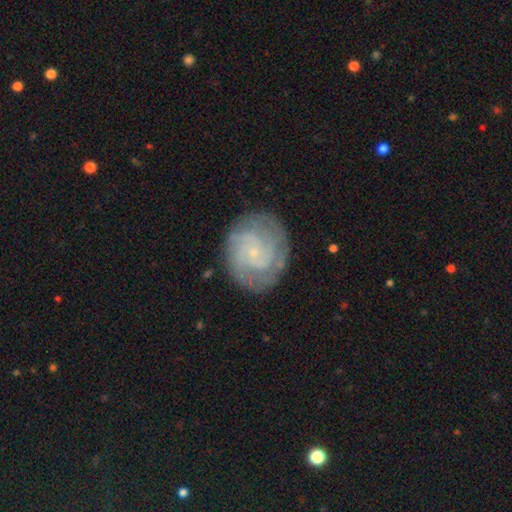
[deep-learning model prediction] The model was most divided on "spiral arm count": can't tell: 31%, 2: 24%, 3: 20%, 4: 11%, more than 4: 7%, 1: 6%. More confident: edge-on disk — no (98%); spiral arms — yes (95%); bulge size — small (82%); merging — none (82%); smooth or featured — featured or disk (75%); spiral winding — tight (69%); bar — no (68%).